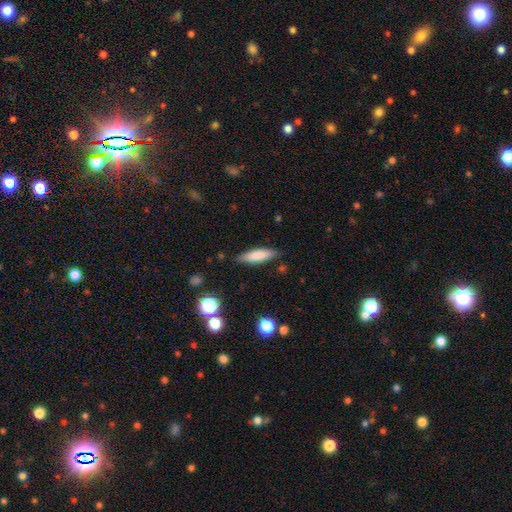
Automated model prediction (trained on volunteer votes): The model was most divided on "how rounded": cigar-shaped: 64%, in between: 35%, round: 2%. More confident: merging — none (83%); smooth or featured — smooth (79%).